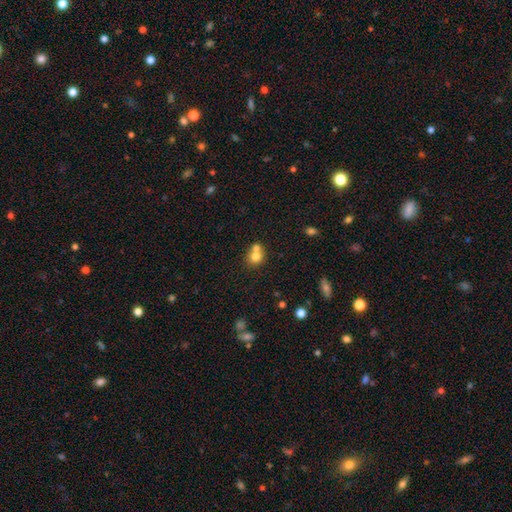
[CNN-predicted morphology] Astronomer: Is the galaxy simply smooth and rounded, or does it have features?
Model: smooth — 74%.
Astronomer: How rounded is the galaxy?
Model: round — 79%.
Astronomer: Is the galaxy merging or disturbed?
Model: merger — 55% (runner-up: none, 36%).